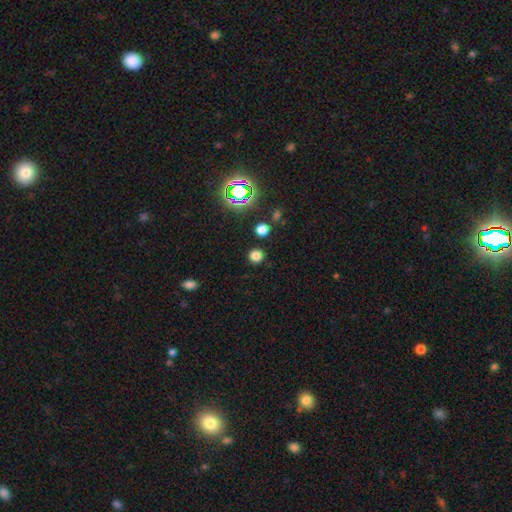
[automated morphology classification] A smooth galaxy with no disk features (75%) that is round (93%). Merging: none (89%).